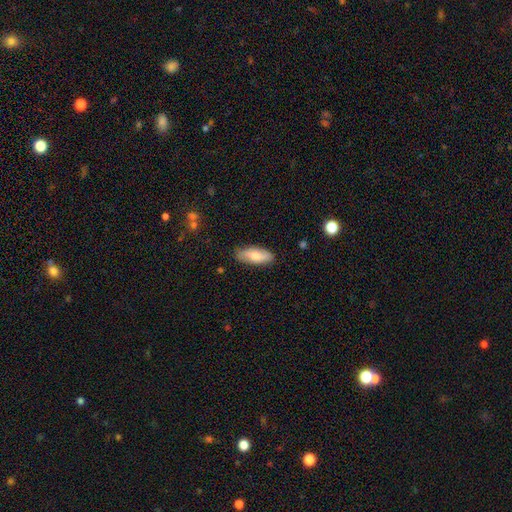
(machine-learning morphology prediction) smooth 71%, featured or disk 23%, star or artifact 6%. Down the decision tree: how rounded — in between (77%); merging — none (83%).